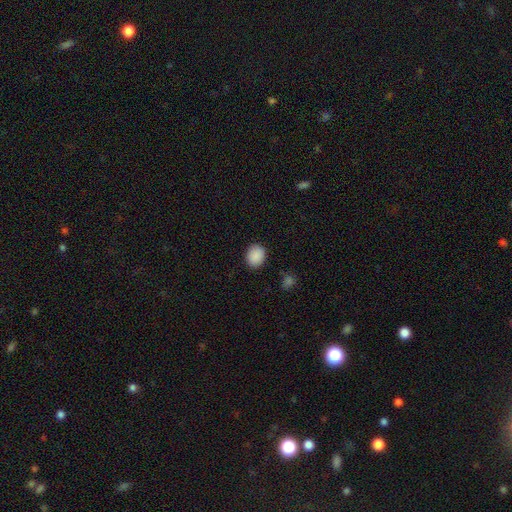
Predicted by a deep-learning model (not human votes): Overall: smooth (89%). How rounded: round (53%; in between 46%). Merging: none (87%).